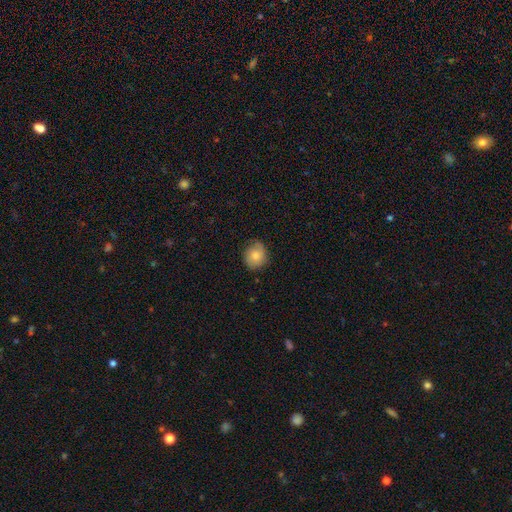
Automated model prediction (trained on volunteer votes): smooth_or_featured: smooth (p=0.71) [alt: featured or disk p=0.22]
how_rounded: round (p=0.78) [alt: in between p=0.21]
merging: none (p=0.75) [alt: minor disturbance p=0.19]